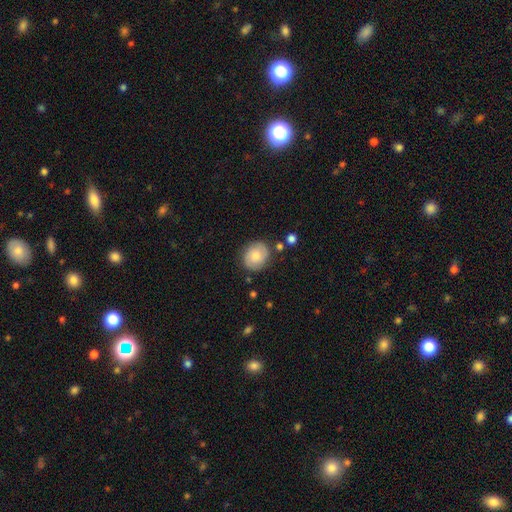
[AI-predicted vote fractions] This appears to be a smooth galaxy with no disk features (54%) that is round (70%). Merging: none (81%).